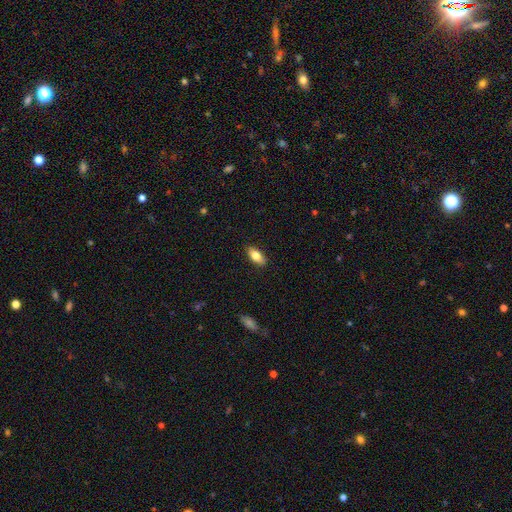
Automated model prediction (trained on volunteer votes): This appears to be a smooth galaxy with no disk features (76%) that is in between round and cigar-shaped (86%). Merging: none (88%).